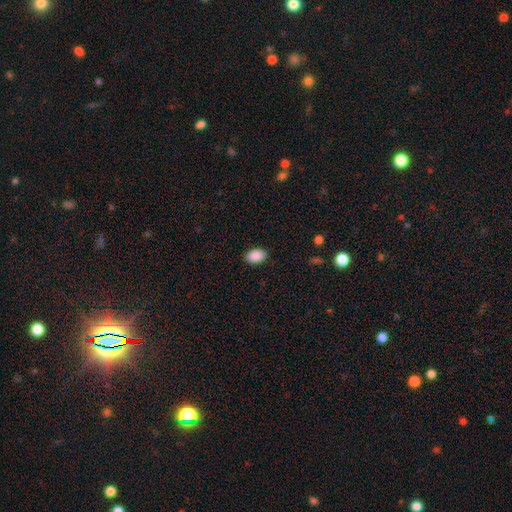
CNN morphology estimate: Smooth or featured? Predicted: smooth (p=0.90). How rounded? Predicted: in between (p=0.88). Merging? Predicted: none (p=0.88).